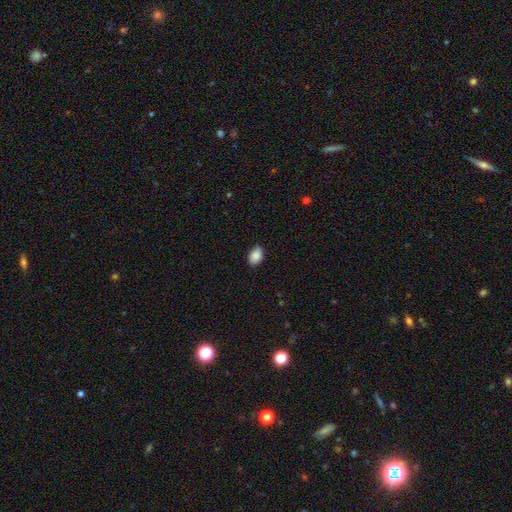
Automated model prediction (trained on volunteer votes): A smooth galaxy with no disk features (88%) that is in between round and cigar-shaped (84%).

Vote fractions:
- Smooth or featured? smooth: 88% / star or artifact: 7% / featured or disk: 5%
- How rounded? in between: 84% / round: 15% / cigar-shaped: 1%
- Merging? none: 82% / minor disturbance: 14% / major disturbance: 2% / merger: 1%